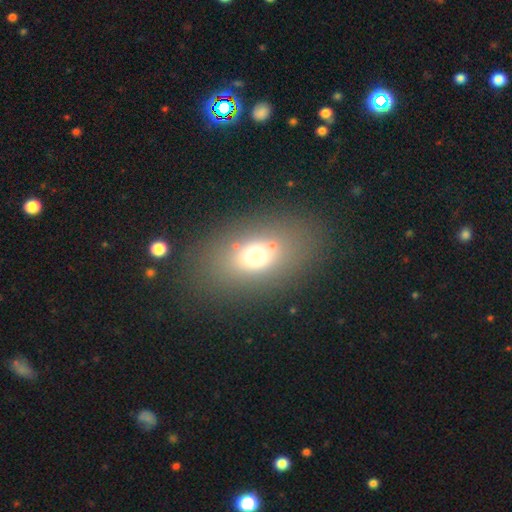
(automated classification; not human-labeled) Morphology: type=smooth (66%); roundness=in between (71%); merging=none (79%).